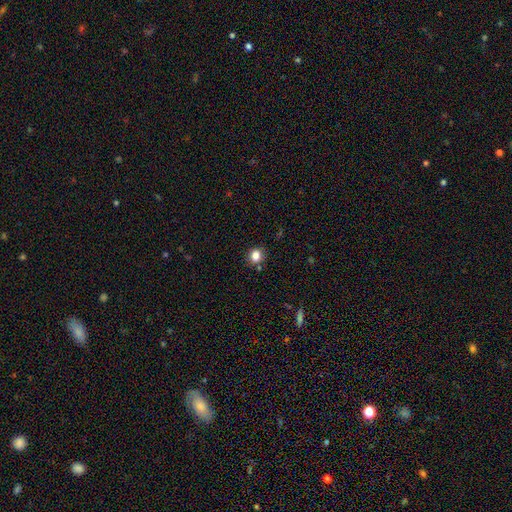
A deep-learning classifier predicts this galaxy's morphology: This is clearly a smooth galaxy (82%). How rounded: likely round (74%). Merging: clearly none (82%).